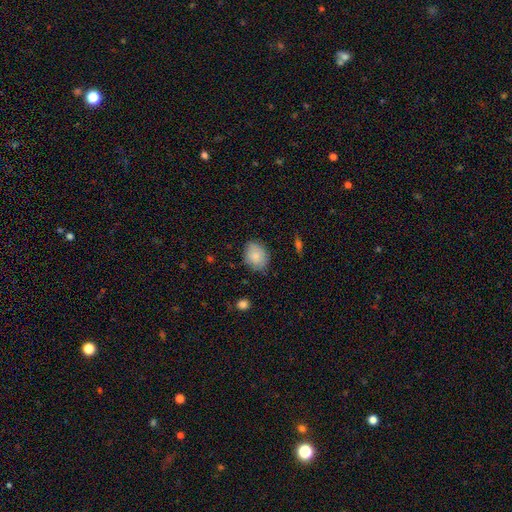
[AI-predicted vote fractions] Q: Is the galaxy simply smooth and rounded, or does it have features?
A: smooth — 83%.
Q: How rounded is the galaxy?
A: in between — 61%.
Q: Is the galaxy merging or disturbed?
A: none — 76%.